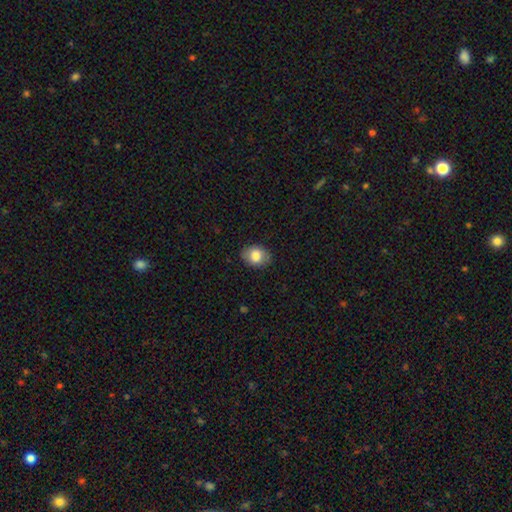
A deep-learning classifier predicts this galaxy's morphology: Q: Smooth or featured?
A: smooth (82%); runner-up: featured or disk (11%)
Q: How rounded?
A: in between (66%); runner-up: round (33%)
Q: Merging?
A: none (85%); runner-up: minor disturbance (11%)